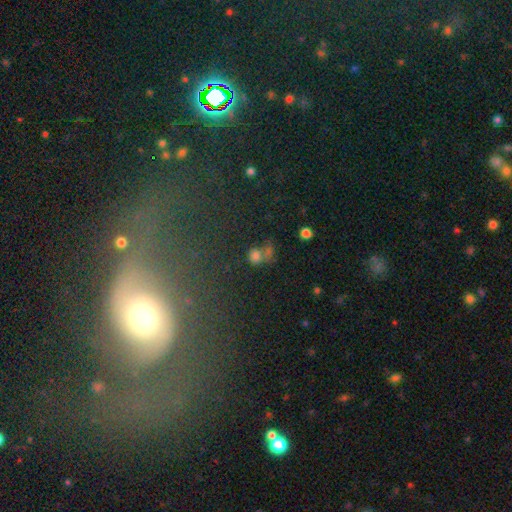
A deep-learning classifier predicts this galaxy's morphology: type=smooth (68%); roundness=round (77%); merging=none (42%).